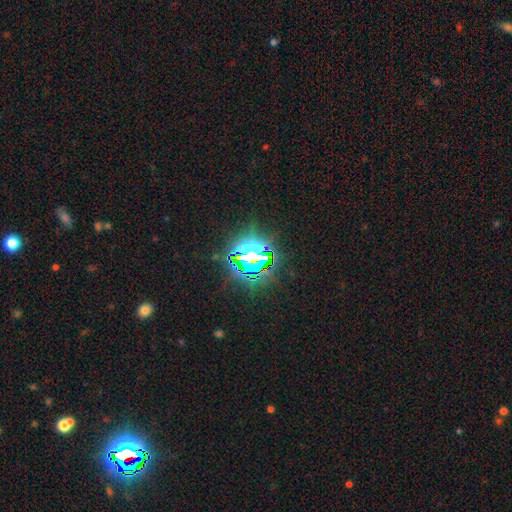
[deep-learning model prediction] smooth_or_featured: star or artifact (p=0.74) [alt: smooth p=0.16]